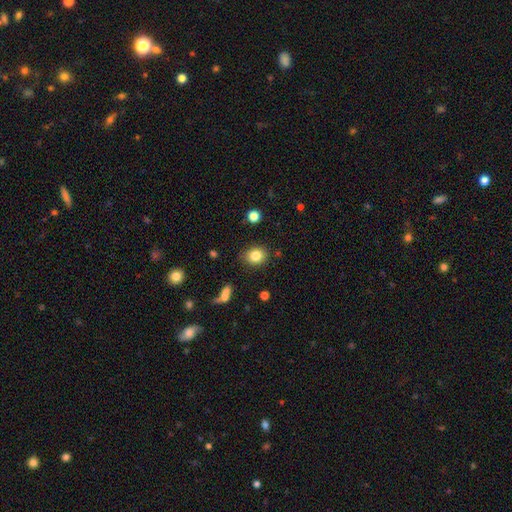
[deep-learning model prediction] This appears to be a smooth galaxy with no disk features (82%) that is round (53%). Merging: none (83%).